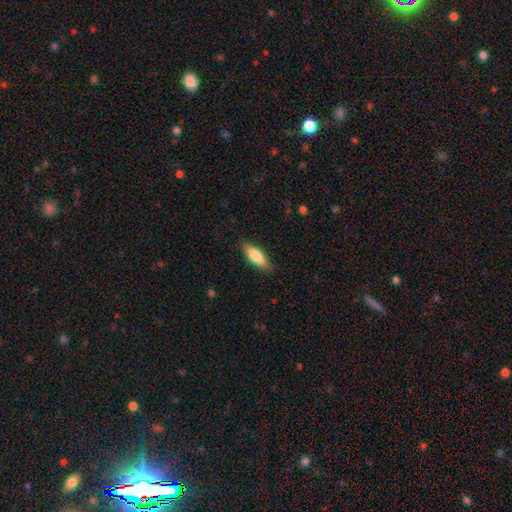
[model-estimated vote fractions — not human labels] Q: Smooth or featured?
A: smooth (83%); runner-up: featured or disk (11%)
Q: How rounded?
A: in between (67%); runner-up: cigar-shaped (31%)
Q: Merging?
A: none (86%); runner-up: minor disturbance (11%)